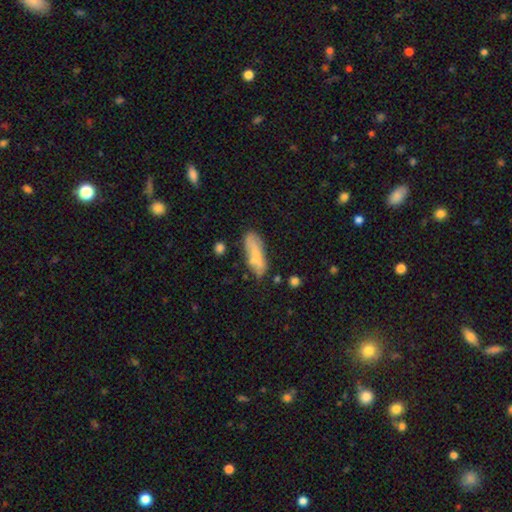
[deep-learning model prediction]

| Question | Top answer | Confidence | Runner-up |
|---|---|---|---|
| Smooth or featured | smooth | 69% | featured or disk (24%) |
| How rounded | in between | 52% | cigar-shaped (45%) |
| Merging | none | 62% | minor disturbance (24%) |